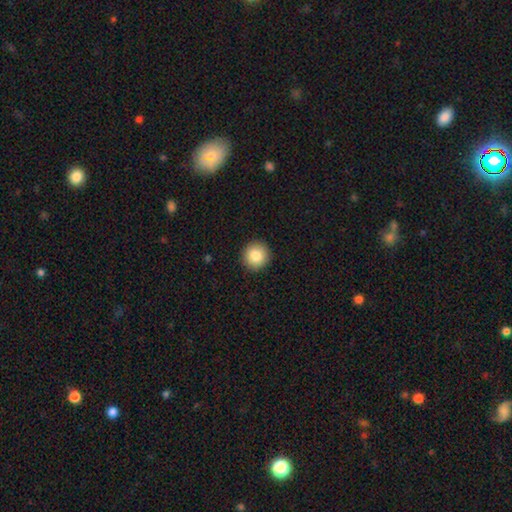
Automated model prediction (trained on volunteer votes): Smooth or featured? smooth (85%)
How rounded? round (94%)
Merging? none (93%)